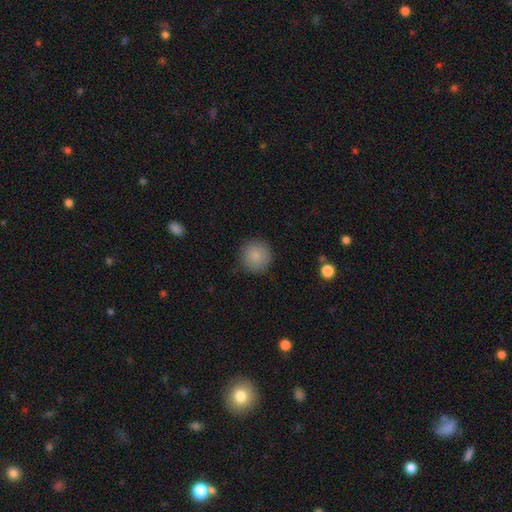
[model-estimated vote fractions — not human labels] Morphology: type=smooth (86%); roundness=round (95%); merging=none (87%).